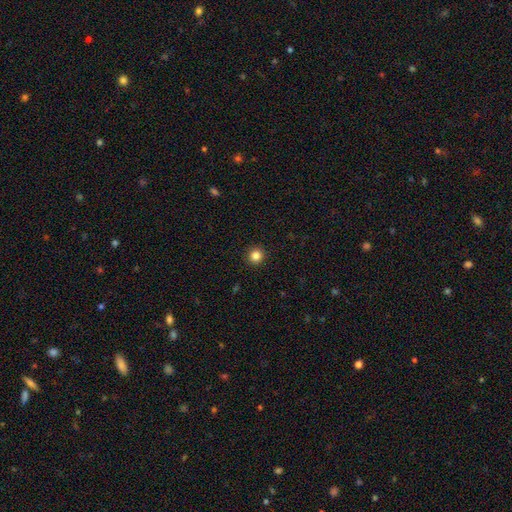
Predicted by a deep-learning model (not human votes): This is clearly a smooth galaxy (84%). How rounded: clearly round (94%). Merging: clearly none (93%).